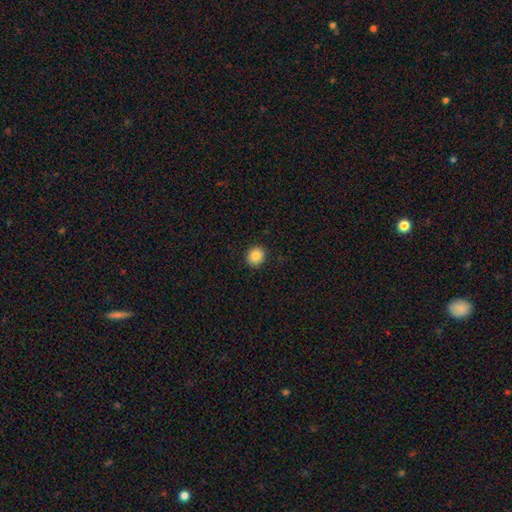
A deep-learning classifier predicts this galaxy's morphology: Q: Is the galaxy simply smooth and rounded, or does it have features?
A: smooth — 85%.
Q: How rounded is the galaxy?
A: round — 81%.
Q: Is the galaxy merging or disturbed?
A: none — 91%.